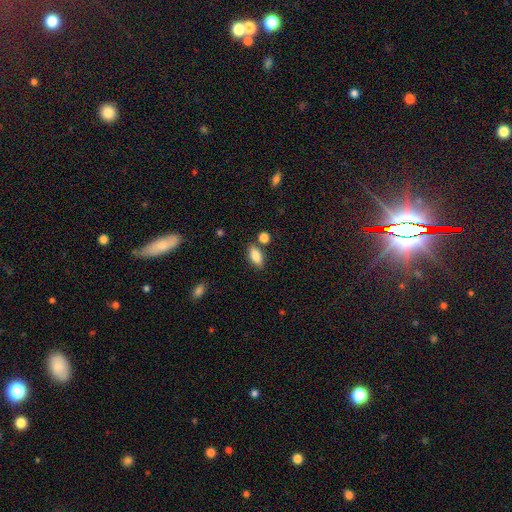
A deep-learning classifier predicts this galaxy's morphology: This appears to be a smooth galaxy with no disk features (83%) that is in between round and cigar-shaped (83%). Merging: none (77%).